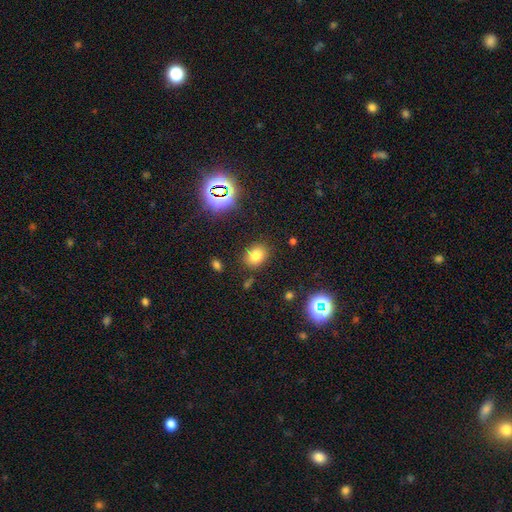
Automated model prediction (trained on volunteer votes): This appears to be a smooth galaxy with no disk features (75%) that is in between round and cigar-shaped (56%). Merging: none (84%).